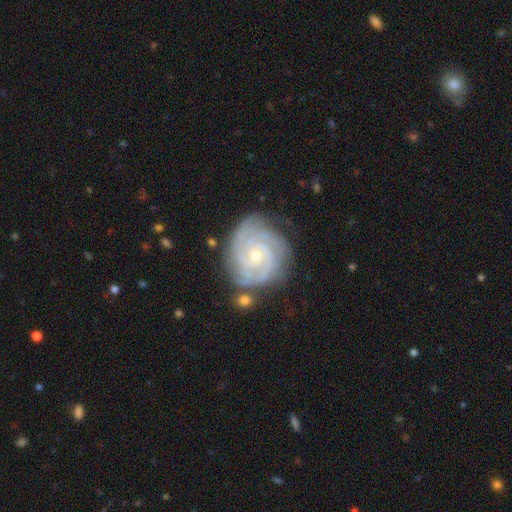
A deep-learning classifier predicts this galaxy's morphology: type=featured or disk (90%); edge-on=no (98%); bar=no (69%); spiral arms=yes (98%); winding=tight (84%); arm count=3 (32%); bulge=small (67%); merging=none (75%).